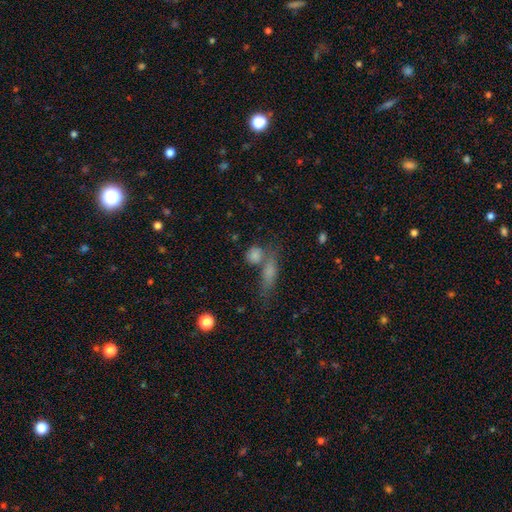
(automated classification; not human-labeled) Smooth or featured?
  - smooth: 70% *
  - star or artifact: 16%
  - featured or disk: 14%
How rounded?
  - round: 43% *
  - in between: 36%
  - cigar-shaped: 20%
Merging?
  - none: 53% *
  - merger: 30%
  - minor disturbance: 11%
  - major disturbance: 6%